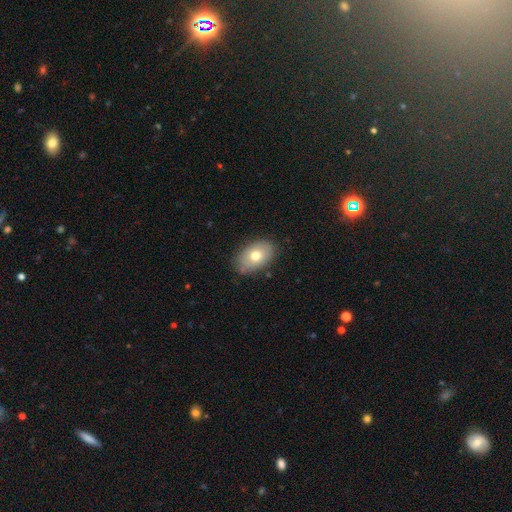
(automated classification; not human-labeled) Overall: smooth (72%). How rounded: in between (89%). Merging: none (82%).